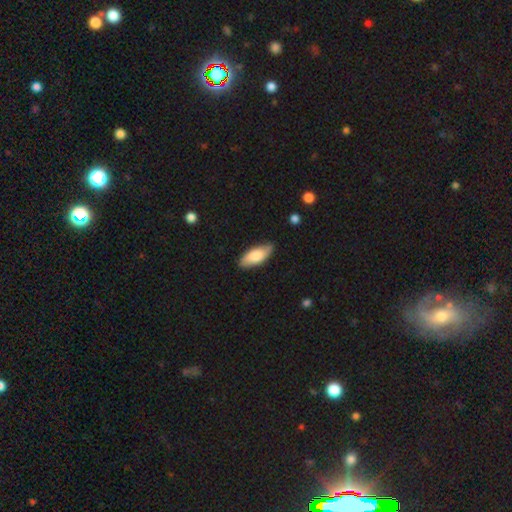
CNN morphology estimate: smooth-or-featured: smooth: 77% | featured or disk: 18% | star or artifact: 5%
  how-rounded: in between: 82% | cigar-shaped: 16% | round: 2%
  merging: none: 83% | minor disturbance: 13% | major disturbance: 2% | merger: 1%